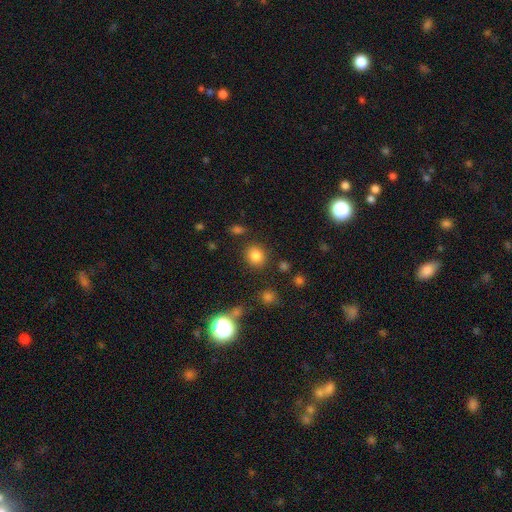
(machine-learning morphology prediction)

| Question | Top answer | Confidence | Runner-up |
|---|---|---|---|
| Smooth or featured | smooth | 82% | star or artifact (13%) |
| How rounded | round | 79% | in between (20%) |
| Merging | none | 85% | minor disturbance (8%) |